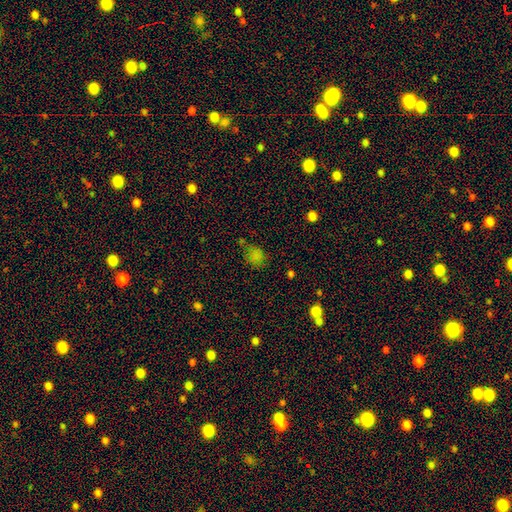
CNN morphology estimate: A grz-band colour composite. It shows a smooth galaxy with no disk features (74%) that is round (66%). Merging: none (54%).